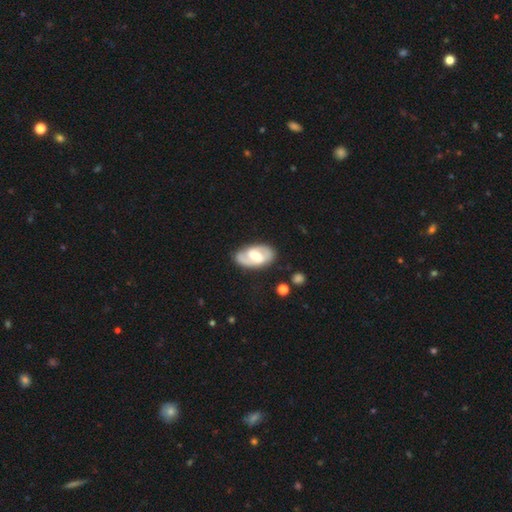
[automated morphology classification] Smooth or featured: featured or disk — 75% (smooth — 21%)
Edge-on disk: no — 95% (yes — 5%)
Bar: weak — 47% (strong — 35%)
Spiral arms: yes — 81% (no — 19%)
Spiral winding: medium — 45% (tight — 37%)
Spiral arm count: 2 — 82% (can't tell — 10%)
Bulge size: moderate — 60% (small — 23%)
Merging: none — 79% (minor disturbance — 14%)